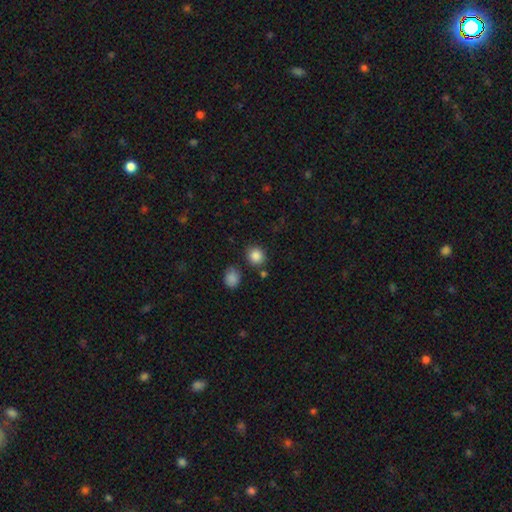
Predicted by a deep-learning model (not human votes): Smooth or featured? Predicted: smooth (p=0.86). How rounded? Predicted: round (p=0.80). Merging? Predicted: none (p=0.81).